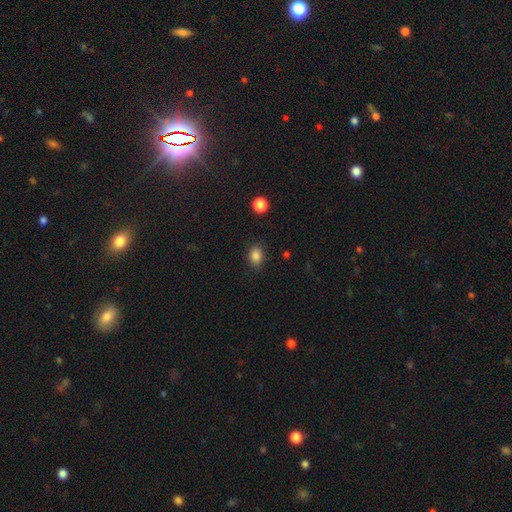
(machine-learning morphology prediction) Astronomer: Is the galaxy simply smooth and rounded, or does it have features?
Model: smooth — 85%.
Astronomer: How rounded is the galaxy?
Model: in between — 65%.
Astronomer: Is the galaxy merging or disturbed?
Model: none — 82%.